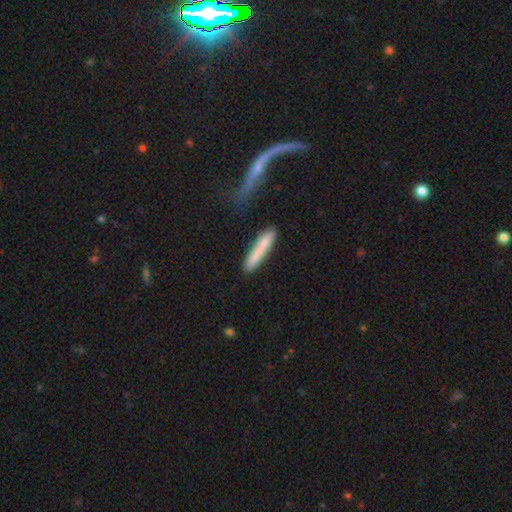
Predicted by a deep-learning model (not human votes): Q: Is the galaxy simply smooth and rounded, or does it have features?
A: smooth — 76%.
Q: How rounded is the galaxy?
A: cigar-shaped — 91%.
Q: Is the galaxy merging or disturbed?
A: none — 75%.